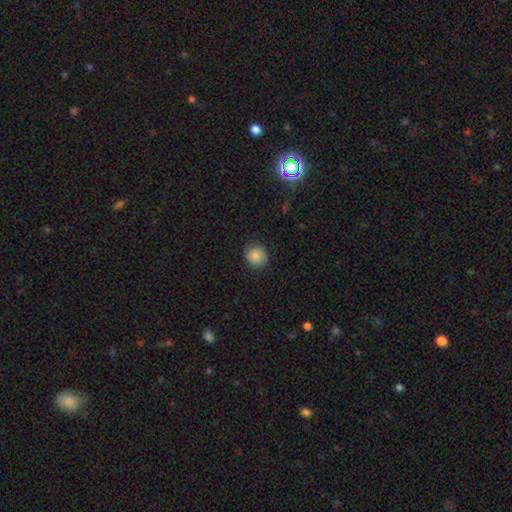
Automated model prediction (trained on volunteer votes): smooth-or-featured: smooth: 84% | star or artifact: 9% | featured or disk: 7%
  how-rounded: round: 88% | in between: 11% | cigar-shaped: 1%
  merging: none: 84% | minor disturbance: 12% | major disturbance: 3% | merger: 1%